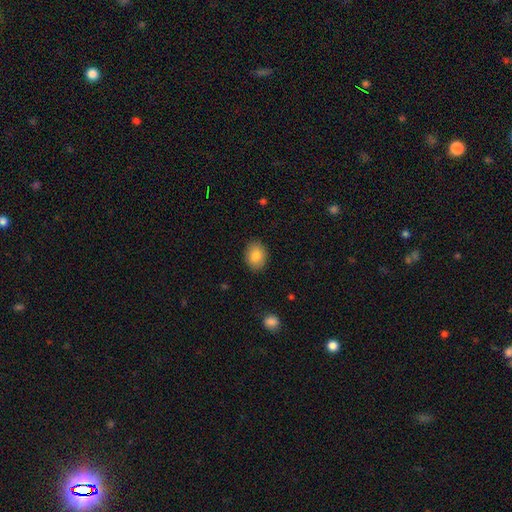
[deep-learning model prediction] A smooth galaxy with no disk features (82%) that is in between round and cigar-shaped (58%).

Vote fractions:
- Smooth or featured? smooth: 82% / featured or disk: 10% / star or artifact: 8%
- How rounded? in between: 58% / round: 41% / cigar-shaped: 1%
- Merging? none: 88% / minor disturbance: 9% / major disturbance: 2% / merger: 1%